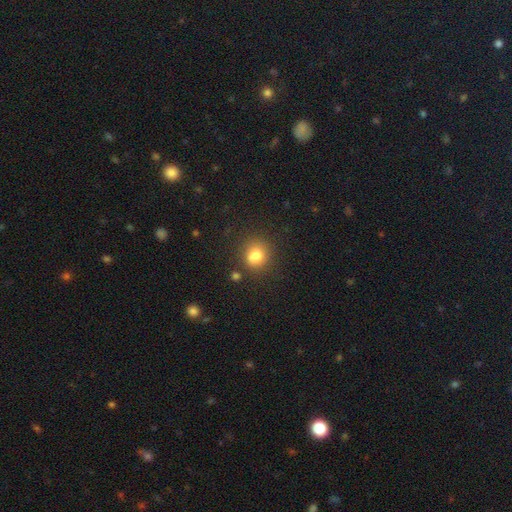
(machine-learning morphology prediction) smooth_or_featured: smooth (p=0.80) [alt: star or artifact p=0.12]
how_rounded: round (p=0.77) [alt: in between p=0.22]
merging: none (p=0.70) [alt: minor disturbance p=0.15]